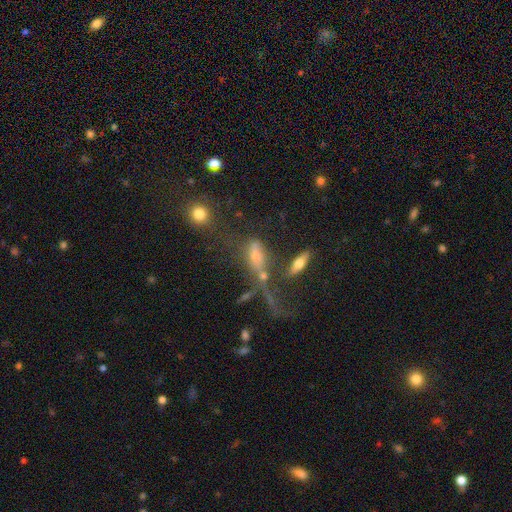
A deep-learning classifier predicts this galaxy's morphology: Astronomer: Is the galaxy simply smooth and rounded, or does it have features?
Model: smooth — 48% (runner-up: featured or disk, 34%).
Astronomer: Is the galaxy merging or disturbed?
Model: none — 33% (runner-up: merger, 27%).